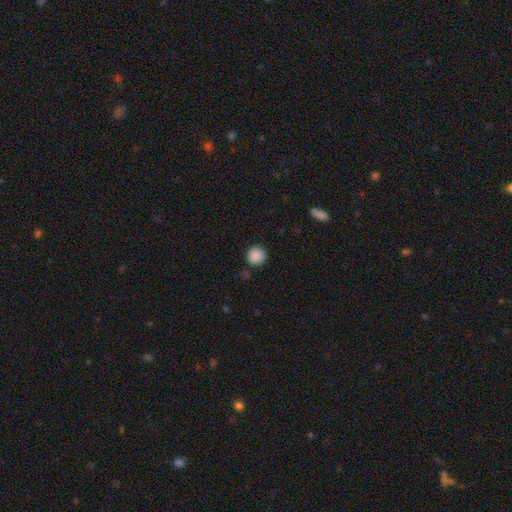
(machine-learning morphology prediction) Smooth or featured? Predicted: smooth (p=0.88). How rounded? Predicted: round (p=0.90). Merging? Predicted: none (p=0.85).